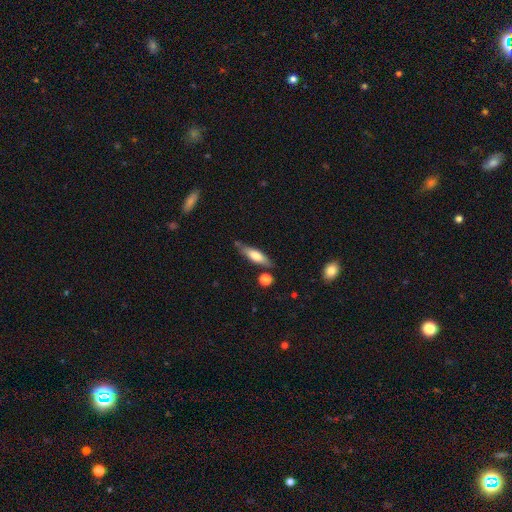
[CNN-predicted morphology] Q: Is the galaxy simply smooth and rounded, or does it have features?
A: smooth — 52%.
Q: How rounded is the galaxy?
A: cigar-shaped — 66%.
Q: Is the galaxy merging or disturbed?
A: none — 74%.